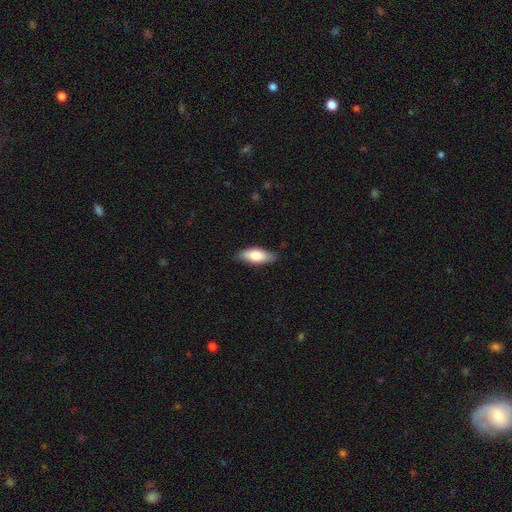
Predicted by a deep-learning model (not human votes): The model was most divided on "how rounded": in between: 77%, cigar-shaped: 21%, round: 2%. More confident: merging — none (81%); smooth or featured — smooth (76%).